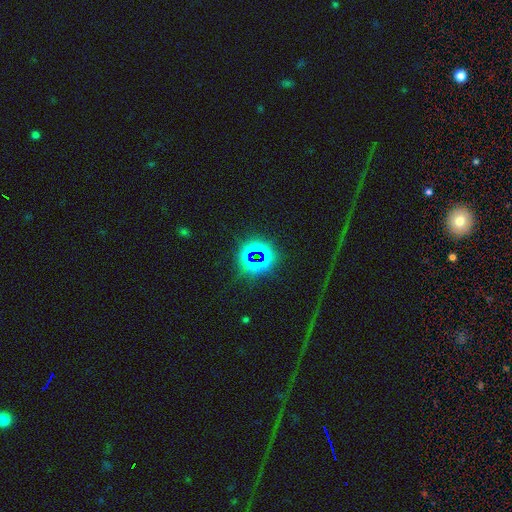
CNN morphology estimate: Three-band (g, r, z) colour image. It shows a star or artifact, not a galaxy (69%).